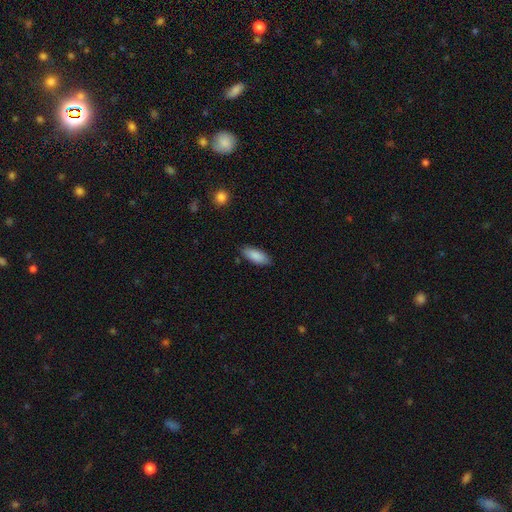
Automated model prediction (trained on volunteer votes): This appears to be a smooth galaxy with no disk features (88%) that is in between round and cigar-shaped (79%). Merging: none (86%).